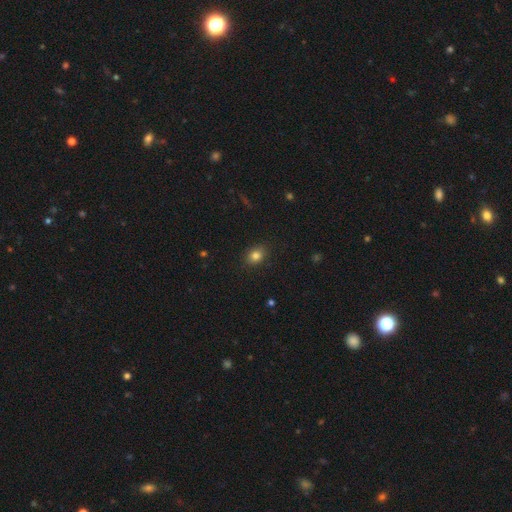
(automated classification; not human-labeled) Q: Smooth or featured?
A: smooth (82%); runner-up: star or artifact (12%)
Q: How rounded?
A: in between (58%); runner-up: round (41%)
Q: Merging?
A: none (87%); runner-up: minor disturbance (10%)